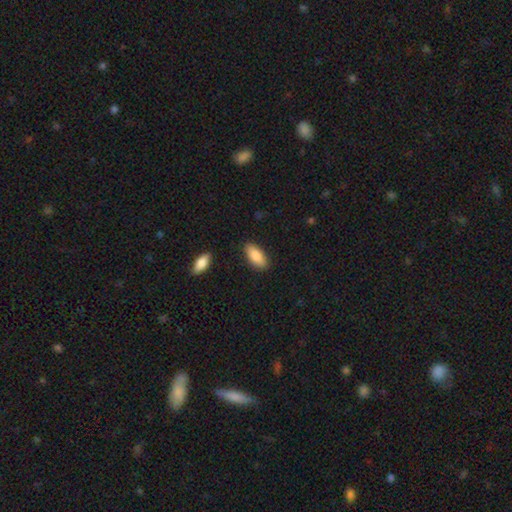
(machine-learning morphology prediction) Smooth or featured? Predicted: smooth (p=0.87). How rounded? Predicted: in between (p=0.87). Merging? Predicted: none (p=0.85).